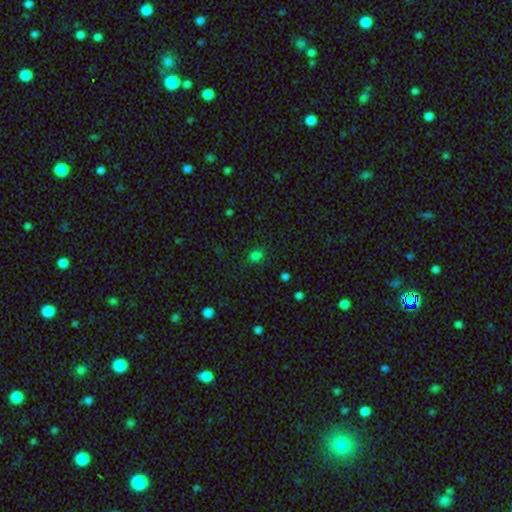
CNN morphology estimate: Q: Smooth or featured?
A: smooth (75%); runner-up: star or artifact (20%)
Q: How rounded?
A: round (59%); runner-up: in between (40%)
Q: Merging?
A: none (79%); runner-up: minor disturbance (14%)